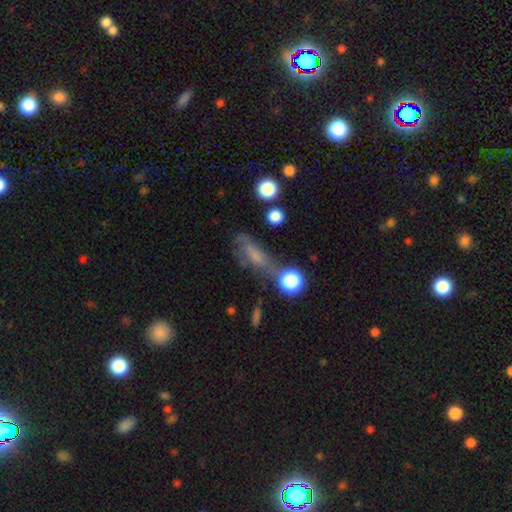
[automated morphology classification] smooth-or-featured: smooth: 50% | featured or disk: 33% | star or artifact: 17%
  merging: none: 39% | minor disturbance: 24% | major disturbance: 24% | merger: 14%